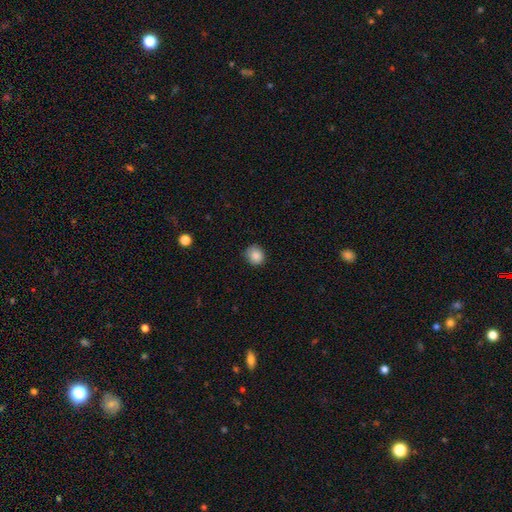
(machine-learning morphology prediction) The model was most divided on "merging": none: 78%, minor disturbance: 18%, major disturbance: 3%, merger: 1%. More confident: smooth or featured — smooth (87%); how rounded — round (86%).